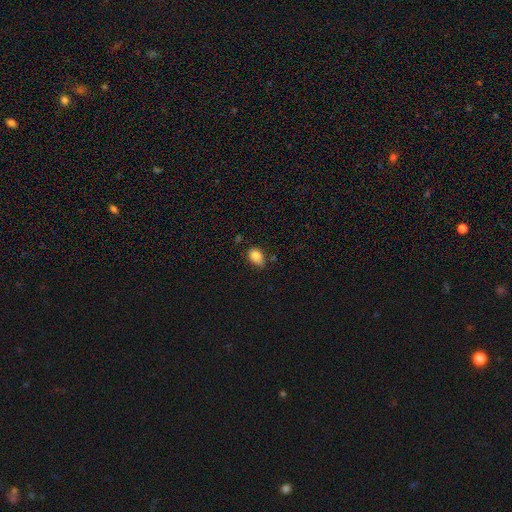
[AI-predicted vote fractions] The model was most divided on "merging": none: 64%, minor disturbance: 28%, major disturbance: 4%, merger: 4%. More confident: smooth or featured — smooth (83%); how rounded — in between (80%).